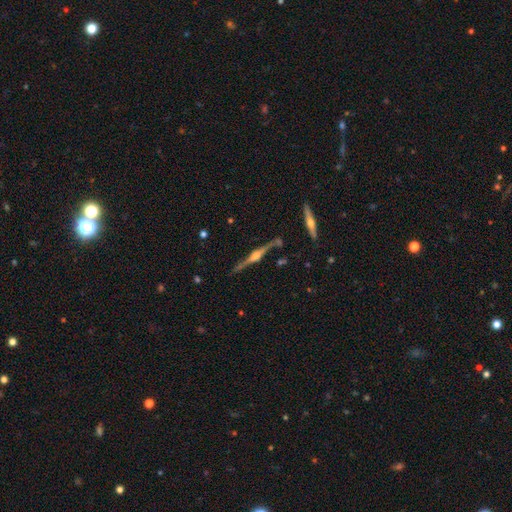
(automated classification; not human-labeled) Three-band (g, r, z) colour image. It shows a featured or disk galaxy (87%) viewed edge-on (98%) with a rounded central bulge (86%). Merging: none (81%).